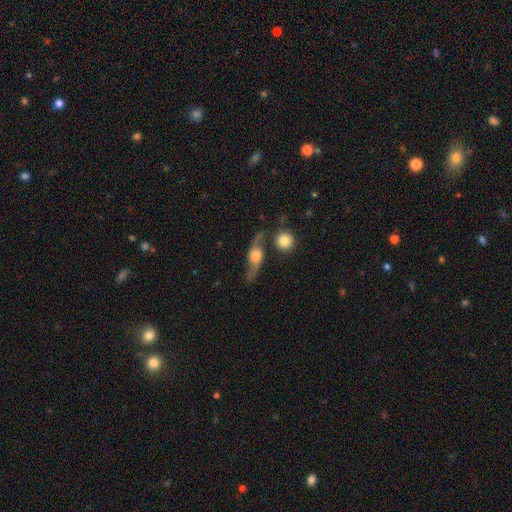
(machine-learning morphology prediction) A featured or disk galaxy (70%). Merging: none (66%).